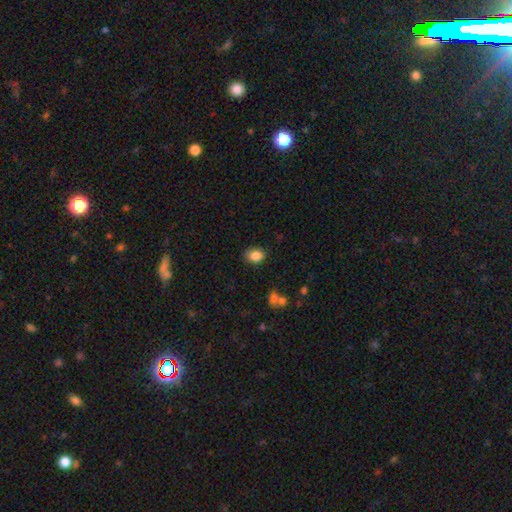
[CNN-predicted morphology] Smooth or featured?
  - smooth: 86% *
  - star or artifact: 9%
  - featured or disk: 5%
How rounded?
  - in between: 66% *
  - round: 33%
  - cigar-shaped: 1%
Merging?
  - none: 77% *
  - minor disturbance: 17%
  - major disturbance: 3%
  - merger: 2%